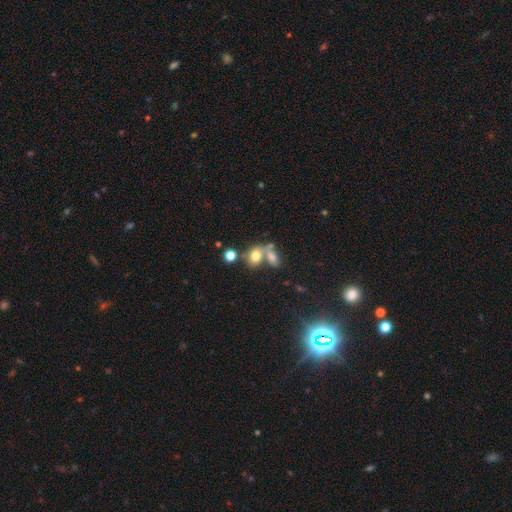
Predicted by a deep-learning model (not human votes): A smooth galaxy with no disk features (72%) that is in between round and cigar-shaped (62%). Merging: merger (48%).